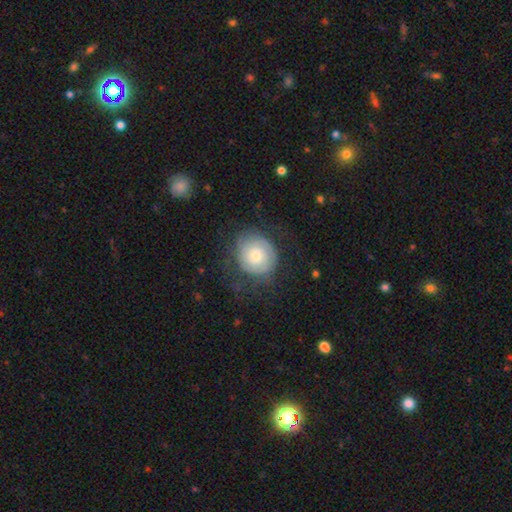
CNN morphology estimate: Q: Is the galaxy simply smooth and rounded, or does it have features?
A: featured or disk — 51%.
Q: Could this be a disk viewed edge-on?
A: no — 97%.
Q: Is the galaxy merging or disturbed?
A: none — 64%.